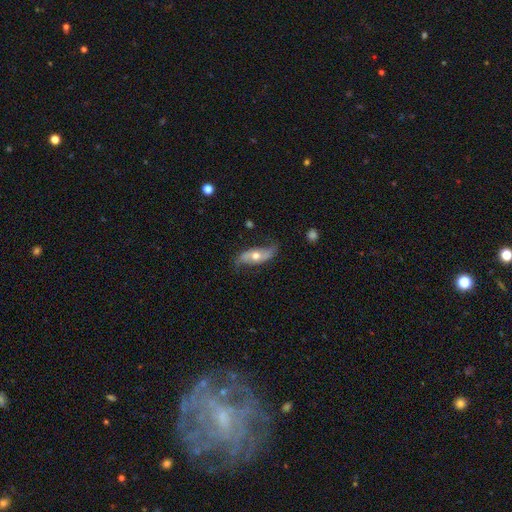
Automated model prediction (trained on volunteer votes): Smooth or featured? Predicted: featured or disk (p=0.70). Edge-on disk? Predicted: no (p=0.83). Bar? Predicted: no (p=0.68). Spiral arms? Predicted: yes (p=0.87). Spiral winding? Predicted: loose (p=0.79). Spiral arm count? Predicted: 2 (p=0.91). Bulge size? Predicted: moderate (p=0.71). Merging? Predicted: none (p=0.69).